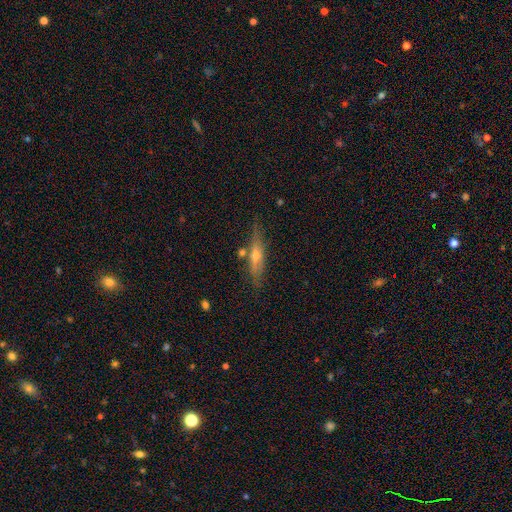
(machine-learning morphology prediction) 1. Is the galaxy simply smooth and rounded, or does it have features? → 61% featured or disk, 31% smooth, 8% star or artifact.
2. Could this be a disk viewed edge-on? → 89% yes, 11% no.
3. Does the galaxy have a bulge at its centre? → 80% rounded, 14% none, 5% boxy.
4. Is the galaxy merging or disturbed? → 77% none, 14% minor disturbance, 5% merger, 3% major disturbance.